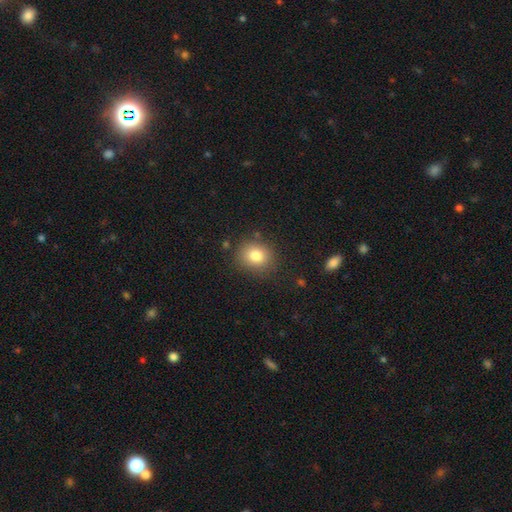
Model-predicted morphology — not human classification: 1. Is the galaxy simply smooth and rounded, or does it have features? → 82% smooth, 10% star or artifact, 8% featured or disk.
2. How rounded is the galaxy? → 70% round, 29% in between, 1% cigar-shaped.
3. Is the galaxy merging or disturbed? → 83% none, 11% minor disturbance, 3% major disturbance, 2% merger.